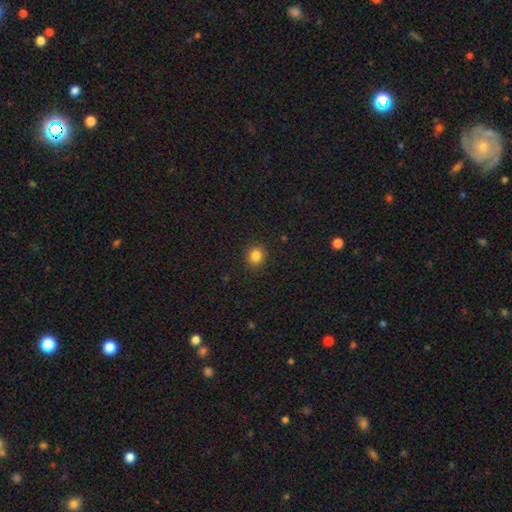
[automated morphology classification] smooth_or_featured: smooth (p=0.84) [alt: star or artifact p=0.12]
how_rounded: round (p=0.81) [alt: in between p=0.18]
merging: none (p=0.90) [alt: minor disturbance p=0.06]